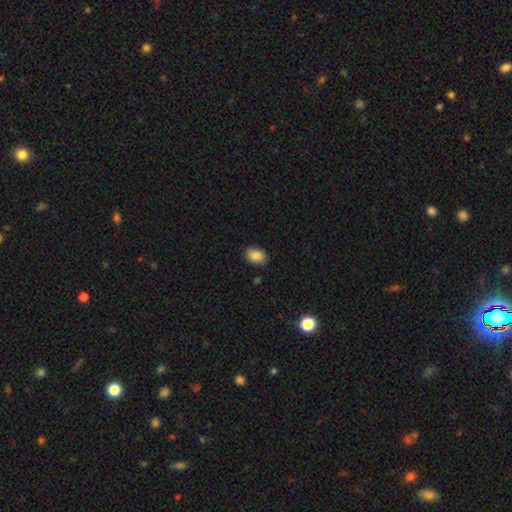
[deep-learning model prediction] A smooth galaxy with no disk features (87%) that is in between round and cigar-shaped (86%). Merging: none (86%).